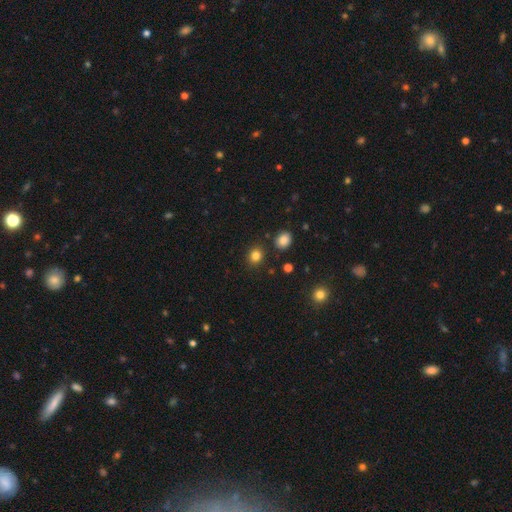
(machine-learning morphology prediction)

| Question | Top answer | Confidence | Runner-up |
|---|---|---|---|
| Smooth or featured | smooth | 83% | star or artifact (12%) |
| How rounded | round | 73% | in between (26%) |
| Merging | none | 86% | minor disturbance (8%) |